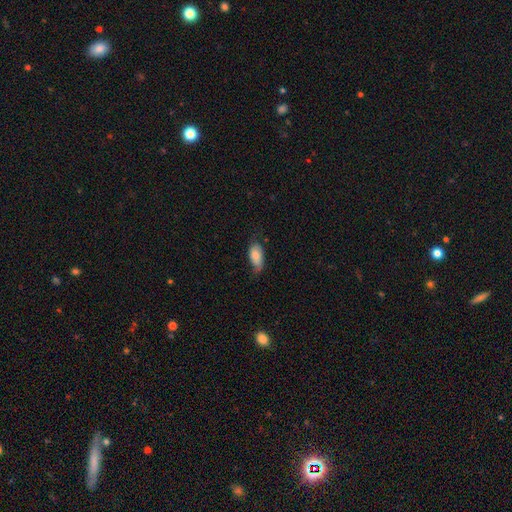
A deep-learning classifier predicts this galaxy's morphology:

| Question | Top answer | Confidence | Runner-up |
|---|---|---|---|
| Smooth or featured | smooth | 78% | featured or disk (15%) |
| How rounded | in between | 90% | cigar-shaped (7%) |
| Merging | none | 51% | minor disturbance (35%) |